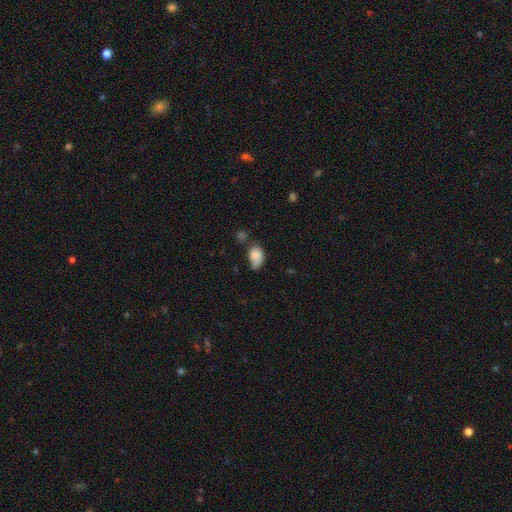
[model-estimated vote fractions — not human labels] Smooth or featured? Predicted: smooth (p=0.78). How rounded? Predicted: in between (p=0.79). Merging? Predicted: minor disturbance (p=0.32).